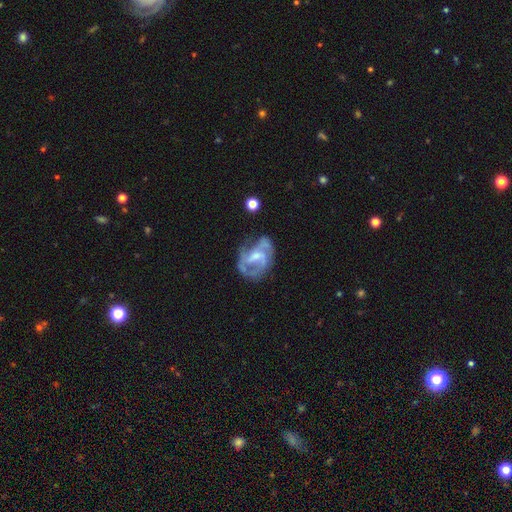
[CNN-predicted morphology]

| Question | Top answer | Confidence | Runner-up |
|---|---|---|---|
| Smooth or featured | featured or disk | 84% | smooth (10%) |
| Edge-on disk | no | 97% | yes (3%) |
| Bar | weak | 49% | no (31%) |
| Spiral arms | yes | 91% | no (9%) |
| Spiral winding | medium | 51% | tight (26%) |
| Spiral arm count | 2 | 47% | 3 (26%) |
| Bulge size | small | 49% | moderate (38%) |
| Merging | none | 54% | minor disturbance (23%) |